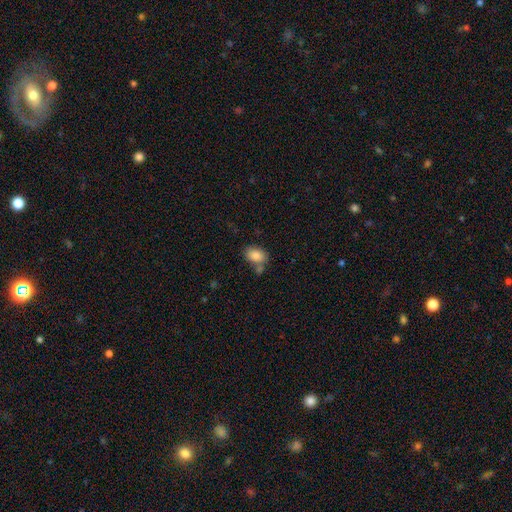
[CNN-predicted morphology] Overall: smooth (84%). How rounded: in between (81%). Merging: none (58%; merger 22%).